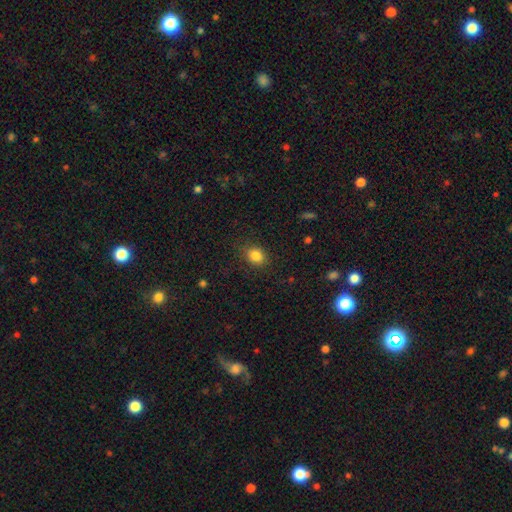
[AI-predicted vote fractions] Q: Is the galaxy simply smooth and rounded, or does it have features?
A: smooth — 84%.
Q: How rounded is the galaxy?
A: round — 59%.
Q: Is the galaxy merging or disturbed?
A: none — 84%.